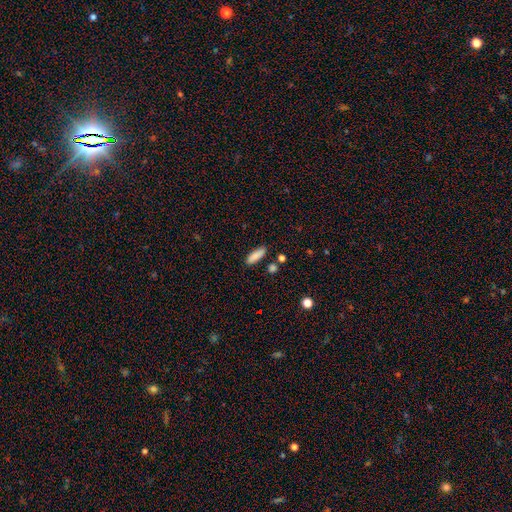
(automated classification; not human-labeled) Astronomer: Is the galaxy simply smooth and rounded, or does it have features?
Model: smooth — 87%.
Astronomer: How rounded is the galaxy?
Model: in between — 53% (runner-up: cigar-shaped, 45%).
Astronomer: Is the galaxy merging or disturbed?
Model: none — 85%.